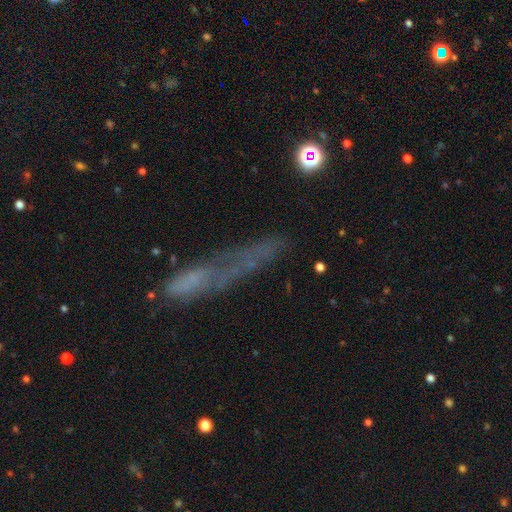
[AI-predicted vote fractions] Smooth or featured: smooth — 41% (featured or disk — 35%)
Merging: none — 43% (major disturbance — 29%)